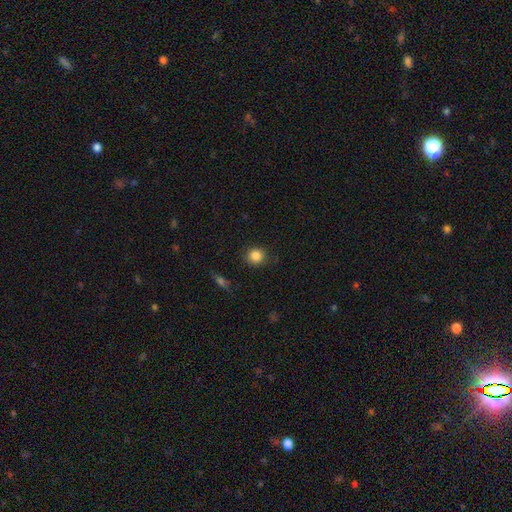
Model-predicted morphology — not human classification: Smooth or featured? Predicted: smooth (p=0.86). How rounded? Predicted: round (p=0.88). Merging? Predicted: none (p=0.87).